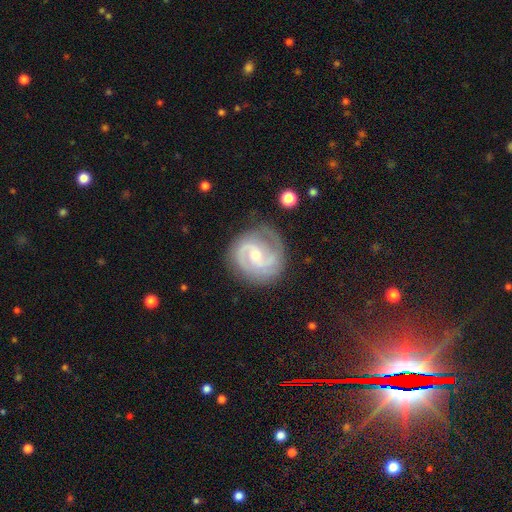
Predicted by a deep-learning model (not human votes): Q: Smooth or featured?
A: featured or disk (88%); runner-up: smooth (7%)
Q: Edge-on disk?
A: no (98%); runner-up: yes (2%)
Q: Bar?
A: weak (47%); runner-up: no (42%)
Q: Spiral arms?
A: yes (98%); runner-up: no (2%)
Q: Spiral winding?
A: medium (46%); runner-up: tight (45%)
Q: Spiral arm count?
A: 2 (70%); runner-up: 3 (16%)
Q: Bulge size?
A: small (54%); runner-up: moderate (42%)
Q: Merging?
A: none (78%); runner-up: minor disturbance (15%)